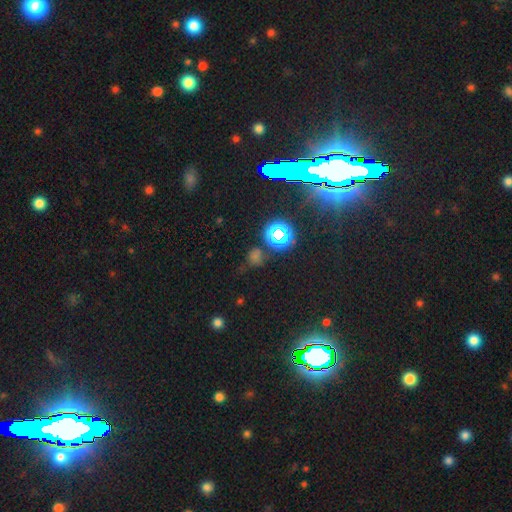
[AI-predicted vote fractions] Smooth or featured?
  - star or artifact: 52% *
  - smooth: 40%
  - featured or disk: 8%